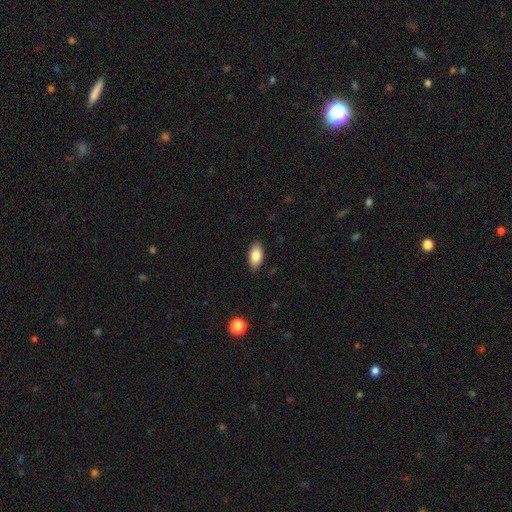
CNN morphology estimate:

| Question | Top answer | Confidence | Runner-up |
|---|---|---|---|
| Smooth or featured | smooth | 86% | featured or disk (7%) |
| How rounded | in between | 93% | cigar-shaped (4%) |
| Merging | none | 89% | minor disturbance (8%) |